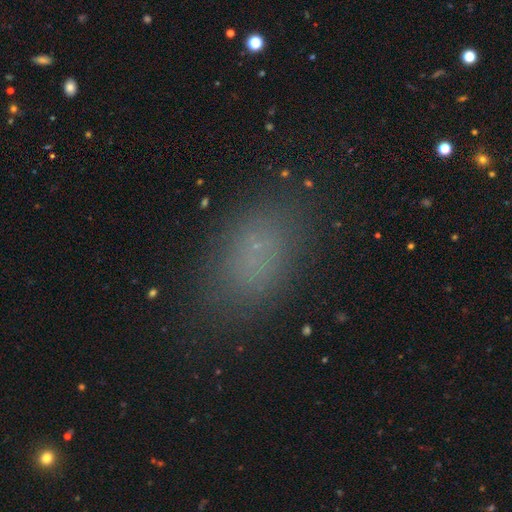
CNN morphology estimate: This appears to be a smooth galaxy with no disk features (75%) that is in between round and cigar-shaped (87%). Merging: none (80%).